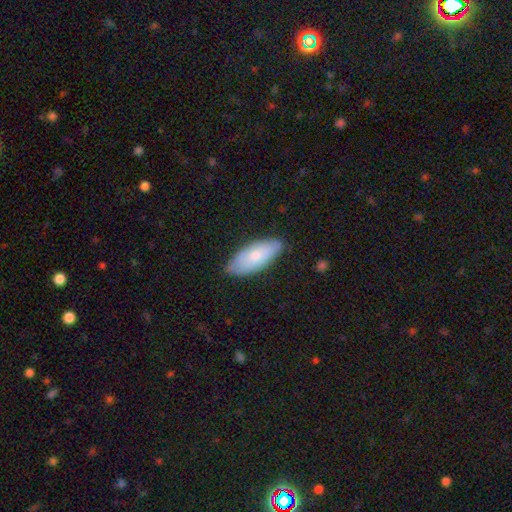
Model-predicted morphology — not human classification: The model was most divided on "smooth or featured": smooth: 73%, featured or disk: 22%, star or artifact: 6%. More confident: how rounded — in between (84%); merging — none (79%).